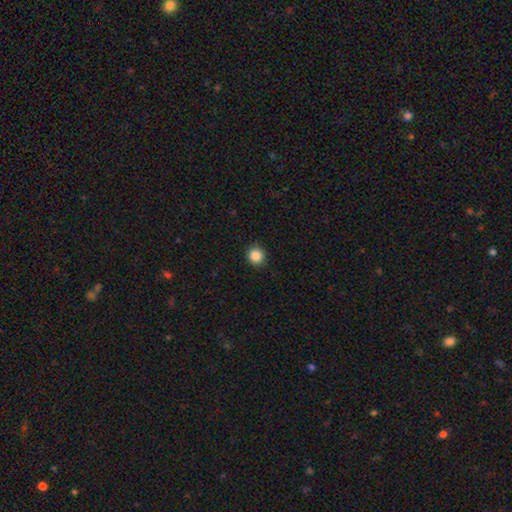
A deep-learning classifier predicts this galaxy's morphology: The model was most divided on "smooth or featured": smooth: 87%, star or artifact: 10%, featured or disk: 3%. More confident: how rounded — round (93%); merging — none (92%).